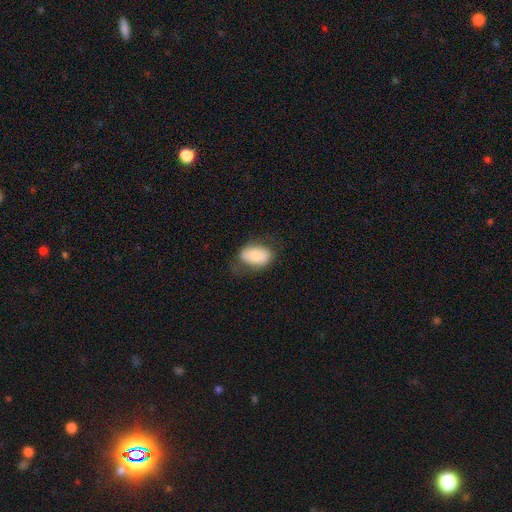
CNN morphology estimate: This appears to be a smooth galaxy with no disk features (76%) that is in between round and cigar-shaped (89%). Merging: none (63%).